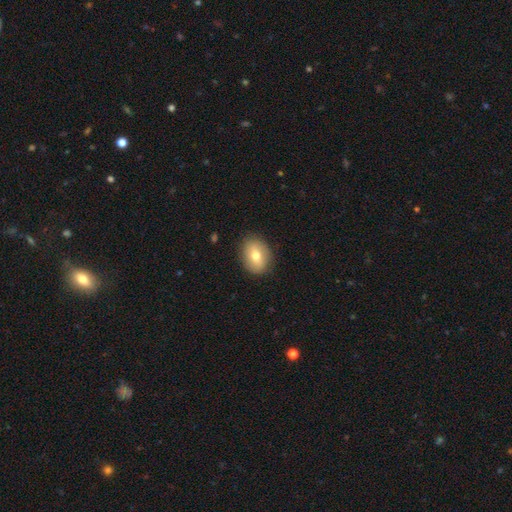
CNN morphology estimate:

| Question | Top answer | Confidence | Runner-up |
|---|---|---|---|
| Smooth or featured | smooth | 70% | featured or disk (21%) |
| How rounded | in between | 62% | round (37%) |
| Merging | none | 87% | minor disturbance (10%) |